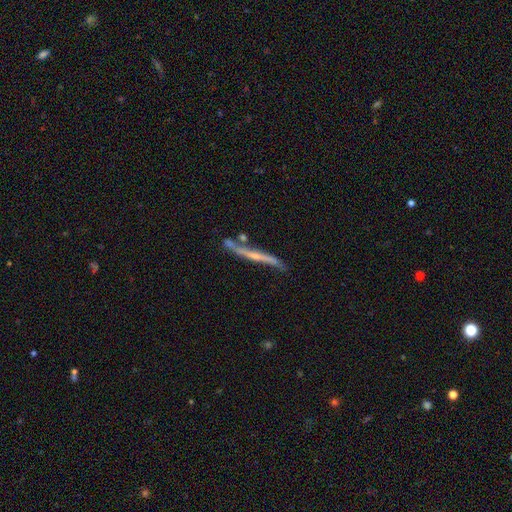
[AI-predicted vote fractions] Morphology: type=featured or disk (73%); edge-on=yes (89%); edge-on bulge=rounded (53%); merging=none (60%).